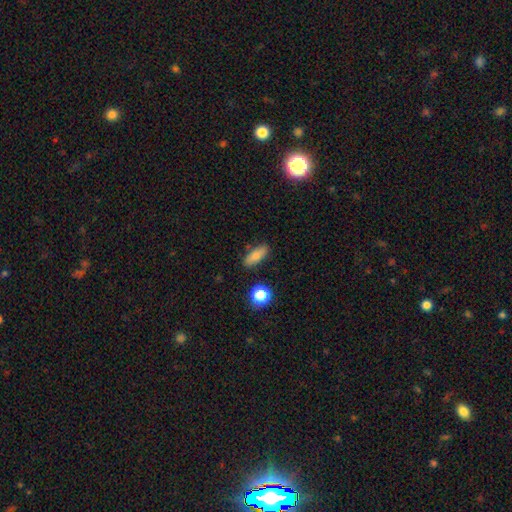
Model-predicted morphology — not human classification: smooth 77%, featured or disk 14%, star or artifact 9%. Down the decision tree: how rounded — in between (71%); merging — none (84%).